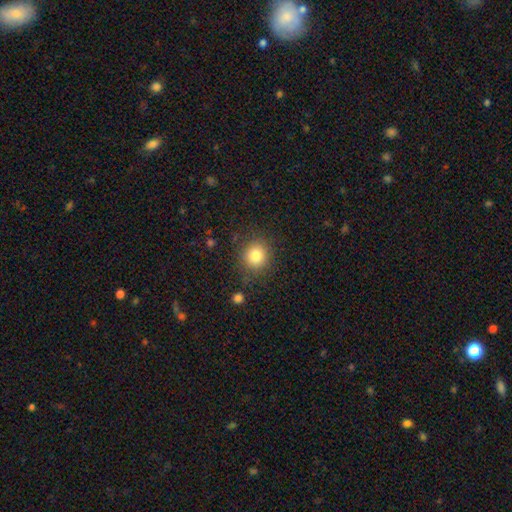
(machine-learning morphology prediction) Smooth or featured? Predicted: smooth (p=0.82). How rounded? Predicted: round (p=0.86). Merging? Predicted: none (p=0.84).